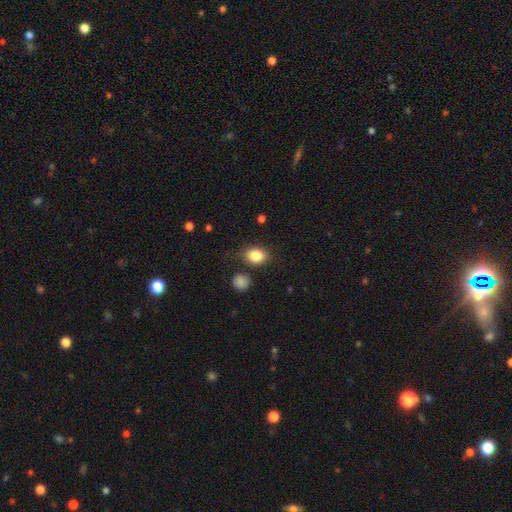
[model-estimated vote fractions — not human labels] Q: Smooth or featured?
A: smooth (84%); runner-up: star or artifact (9%)
Q: How rounded?
A: in between (60%); runner-up: round (39%)
Q: Merging?
A: none (76%); runner-up: minor disturbance (15%)